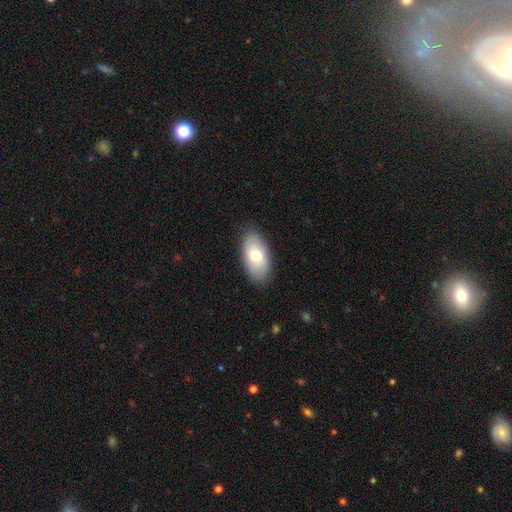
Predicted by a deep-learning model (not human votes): The model was most divided on "smooth or featured": smooth: 72%, featured or disk: 22%, star or artifact: 6%. More confident: how rounded — in between (94%); merging — none (85%).